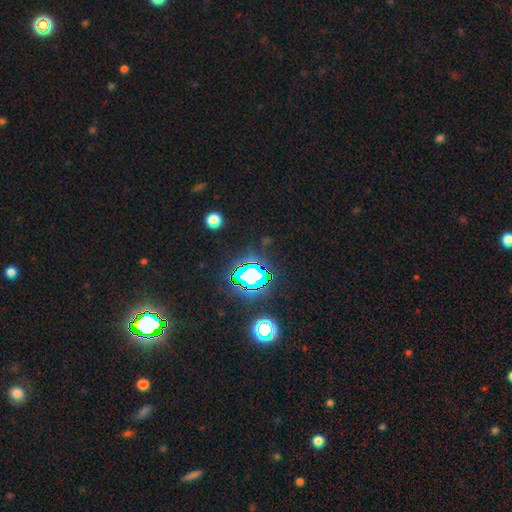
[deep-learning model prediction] Smooth or featured: star or artifact — 82% (smooth — 11%)